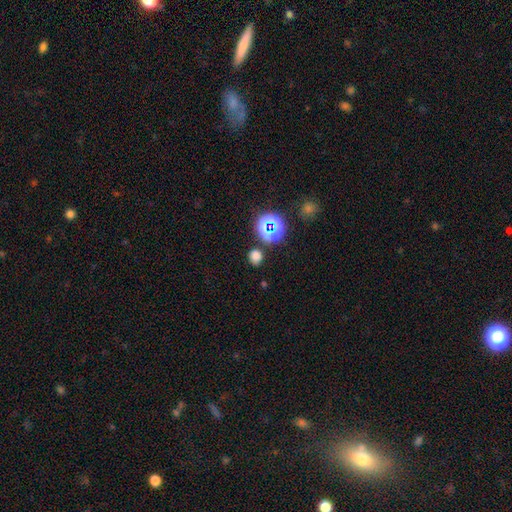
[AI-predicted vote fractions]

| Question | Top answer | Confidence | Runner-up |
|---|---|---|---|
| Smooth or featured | smooth | 70% | star or artifact (26%) |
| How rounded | round | 78% | in between (21%) |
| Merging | none | 80% | minor disturbance (10%) |